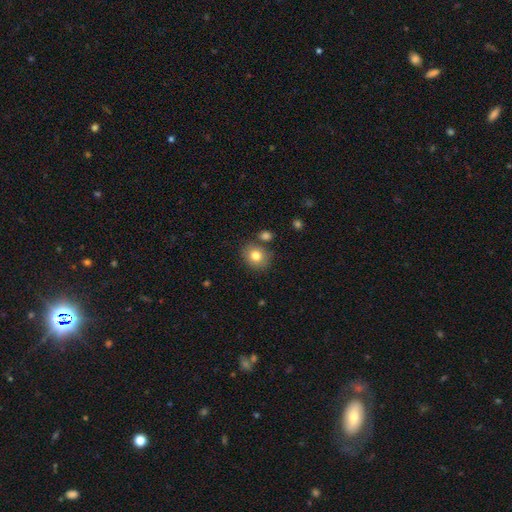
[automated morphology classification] Overall: smooth (80%). How rounded: round (70%). Merging: none (76%).